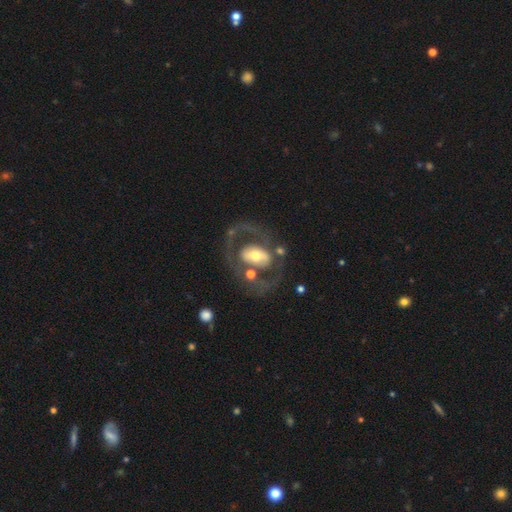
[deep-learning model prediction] smooth_or_featured: featured or disk (p=0.71) [alt: smooth p=0.23]
disk_edge_on: no (p=0.94) [alt: yes p=0.06]
bar: no (p=0.44) [alt: weak p=0.28]
has_spiral_arms: no (p=0.51) [alt: yes p=0.49]
bulge_size: moderate (p=0.63) [alt: small p=0.18]
merging: none (p=0.58) [alt: major disturbance p=0.20]